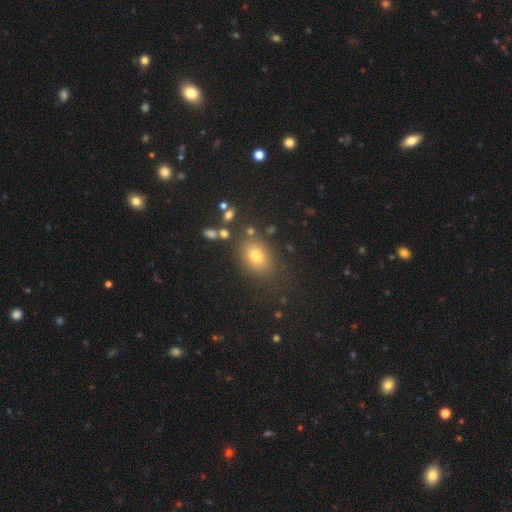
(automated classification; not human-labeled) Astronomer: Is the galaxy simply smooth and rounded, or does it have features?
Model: smooth — 73%.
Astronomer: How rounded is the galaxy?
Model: in between — 61% (runner-up: round, 38%).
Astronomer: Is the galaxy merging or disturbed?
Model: none — 77%.